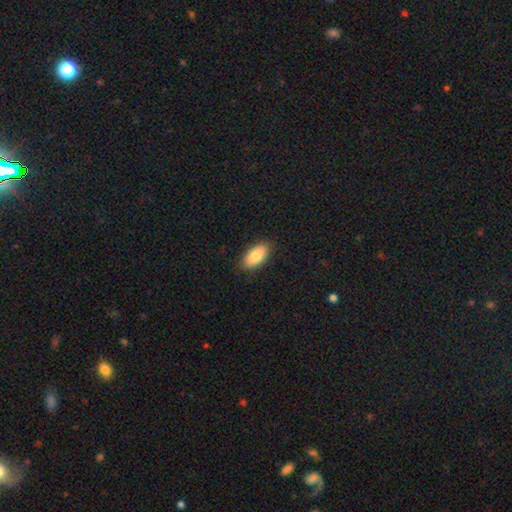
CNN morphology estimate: A smooth galaxy with no disk features (83%) that is in between round and cigar-shaped (93%).

Vote fractions:
- Smooth or featured? smooth: 83% / featured or disk: 10% / star or artifact: 6%
- How rounded? in between: 93% / cigar-shaped: 5% / round: 3%
- Merging? none: 87% / minor disturbance: 10% / major disturbance: 2% / merger: 1%